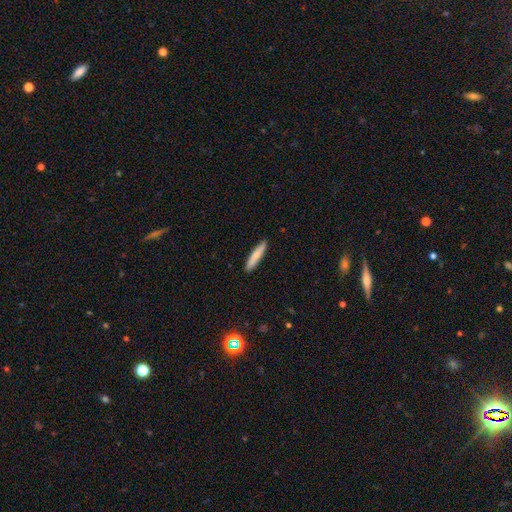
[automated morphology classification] Smooth or featured? Predicted: smooth (p=0.79). How rounded? Predicted: cigar-shaped (p=0.90). Merging? Predicted: none (p=0.90).